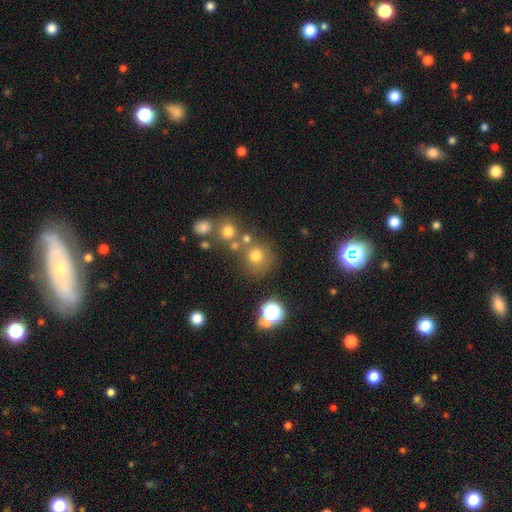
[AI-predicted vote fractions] This appears to be a smooth galaxy with no disk features (71%) that is round (90%). Merging: none (67%).